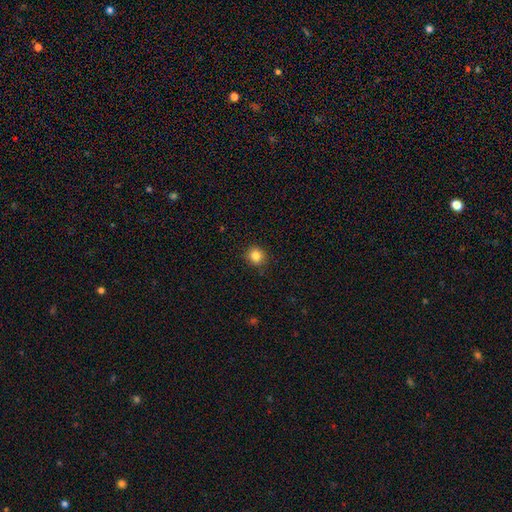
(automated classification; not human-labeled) This appears to be a smooth galaxy with no disk features (84%) that is round (85%). Merging: none (89%).